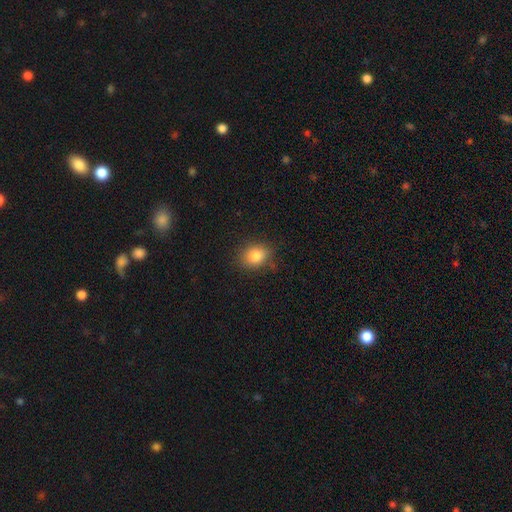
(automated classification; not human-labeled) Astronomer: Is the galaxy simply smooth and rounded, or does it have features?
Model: smooth — 82%.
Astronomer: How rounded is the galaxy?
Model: round — 53% (runner-up: in between, 46%).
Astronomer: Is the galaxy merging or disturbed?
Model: none — 79%.